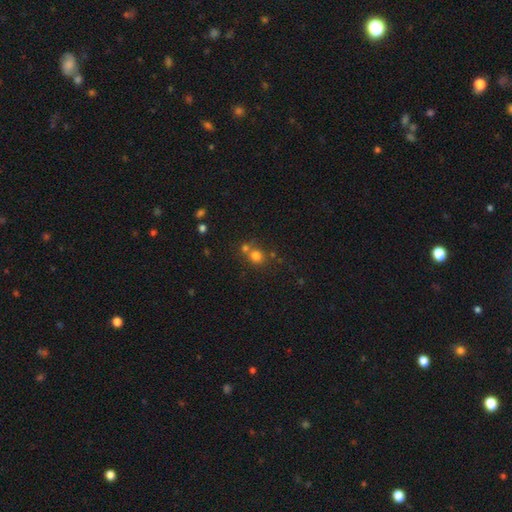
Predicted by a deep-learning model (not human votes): Q: Smooth or featured?
A: smooth (75%); runner-up: star or artifact (16%)
Q: How rounded?
A: round (84%); runner-up: in between (15%)
Q: Merging?
A: none (52%); runner-up: merger (36%)